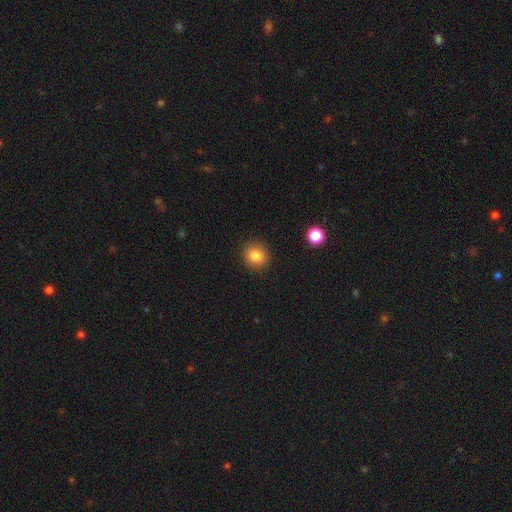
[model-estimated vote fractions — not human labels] Smooth or featured? smooth (84%)
How rounded? round (82%)
Merging? none (90%)